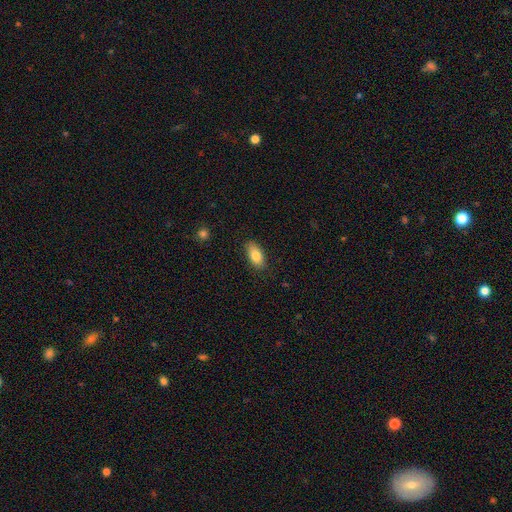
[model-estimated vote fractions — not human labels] Q: Smooth or featured?
A: smooth (83%); runner-up: featured or disk (10%)
Q: How rounded?
A: in between (90%); runner-up: cigar-shaped (7%)
Q: Merging?
A: none (84%); runner-up: minor disturbance (12%)